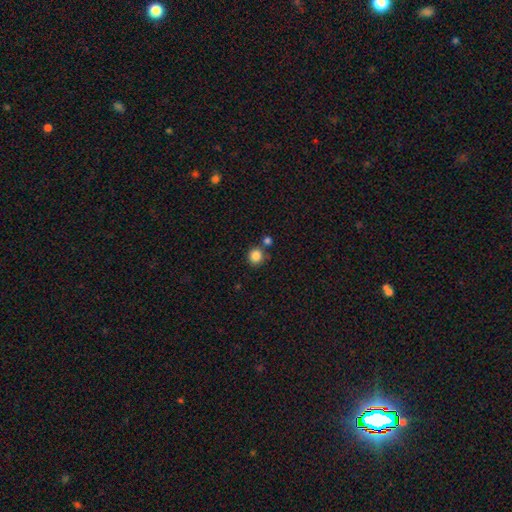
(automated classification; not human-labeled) A smooth galaxy with no disk features (85%) that is round (90%). Merging: none (73%).